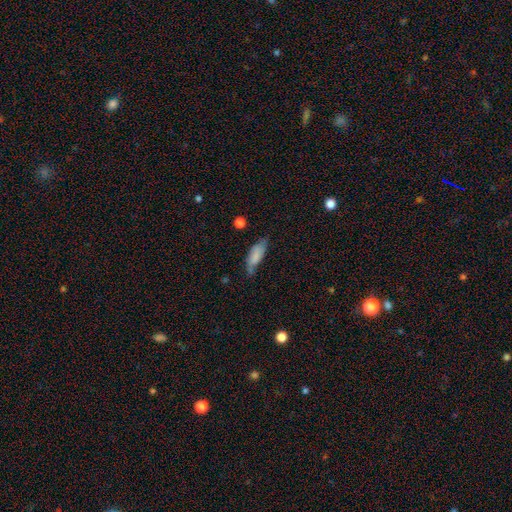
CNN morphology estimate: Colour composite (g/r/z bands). It shows a smooth galaxy with no disk features (71%) that is in between round and cigar-shaped (67%). Merging: none (52%).